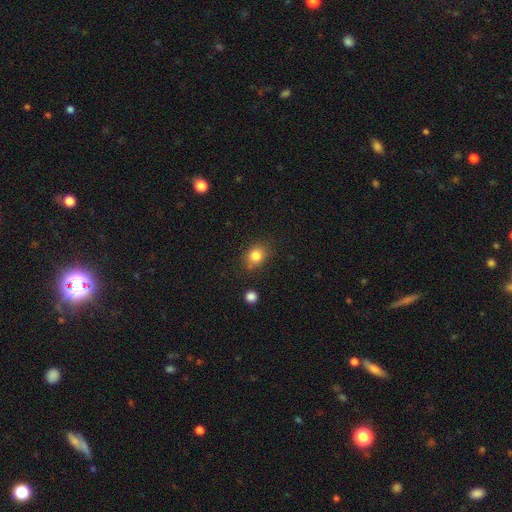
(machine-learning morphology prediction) Smooth or featured: smooth — 83% (star or artifact — 11%)
How rounded: round — 61% (in between — 38%)
Merging: none — 74% (minor disturbance — 15%)